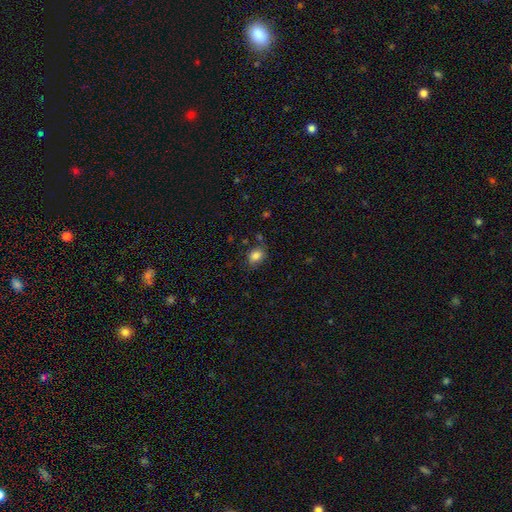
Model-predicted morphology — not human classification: Smooth or featured? smooth (84%)
How rounded? in between (57%)
Merging? none (75%)